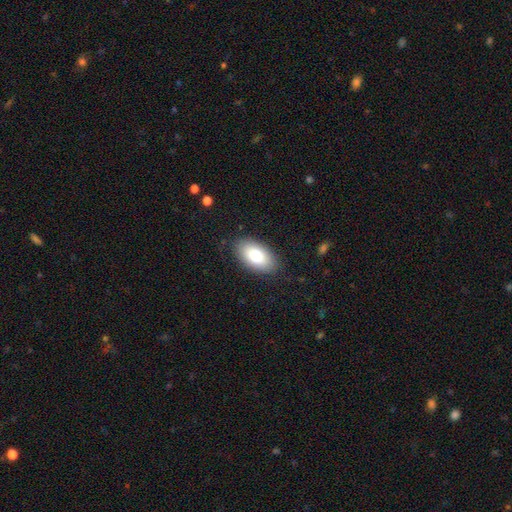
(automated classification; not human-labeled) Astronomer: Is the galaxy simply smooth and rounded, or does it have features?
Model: smooth — 80%.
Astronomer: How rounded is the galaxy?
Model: in between — 94%.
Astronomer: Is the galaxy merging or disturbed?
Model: none — 85%.